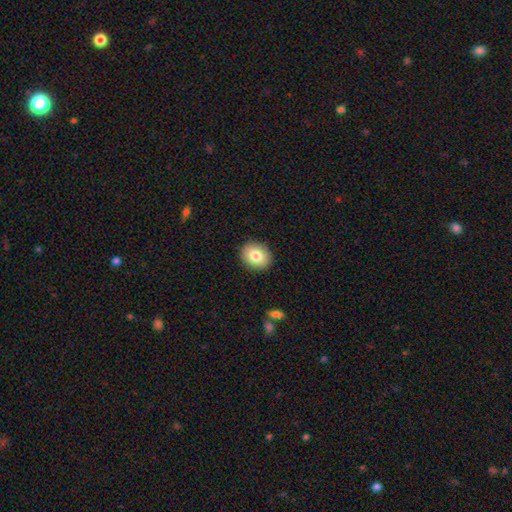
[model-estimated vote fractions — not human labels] Smooth or featured? Predicted: smooth (p=0.81). How rounded? Predicted: round (p=0.57). Merging? Predicted: none (p=0.90).